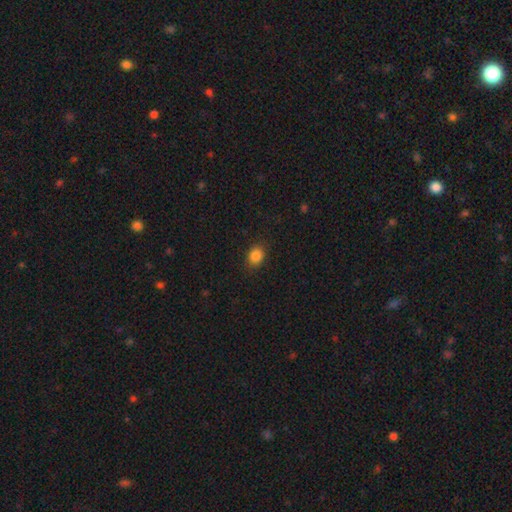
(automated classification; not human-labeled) Morphology: type=smooth (85%); roundness=round (51%); merging=none (87%).